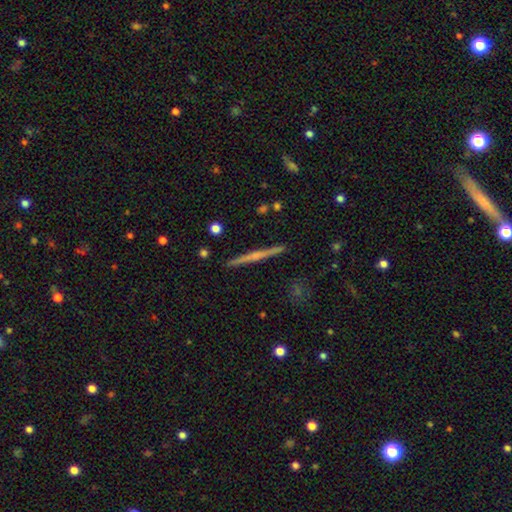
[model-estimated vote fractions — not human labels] Smooth or featured? Predicted: featured or disk (p=0.64). Edge-on disk? Predicted: yes (p=0.98). Edge-on bulge? Predicted: none (p=0.48). Merging? Predicted: none (p=0.92).